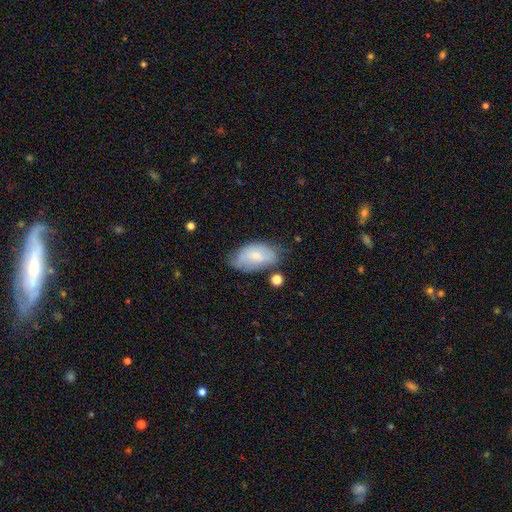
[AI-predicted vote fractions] Smooth or featured? smooth (66%)
How rounded? in between (93%)
Merging? none (53%)